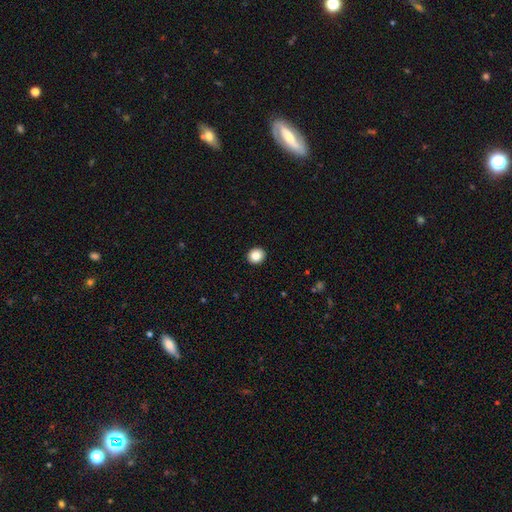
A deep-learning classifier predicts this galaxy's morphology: Smooth or featured: smooth — 85% (star or artifact — 10%)
How rounded: round — 83% (in between — 16%)
Merging: none — 93% (minor disturbance — 5%)